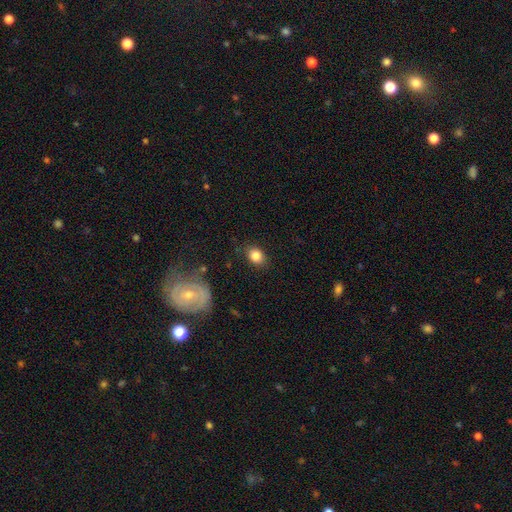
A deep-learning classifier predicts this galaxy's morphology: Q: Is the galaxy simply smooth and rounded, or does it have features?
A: smooth — 84%.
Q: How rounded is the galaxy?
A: in between — 57%.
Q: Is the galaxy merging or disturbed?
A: none — 83%.